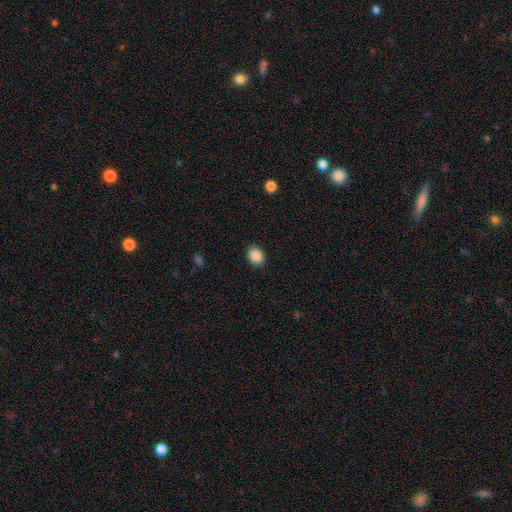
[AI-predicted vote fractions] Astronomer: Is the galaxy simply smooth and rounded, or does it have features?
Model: smooth — 88%.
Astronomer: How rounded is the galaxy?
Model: in between — 64%.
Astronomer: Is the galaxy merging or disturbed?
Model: none — 88%.